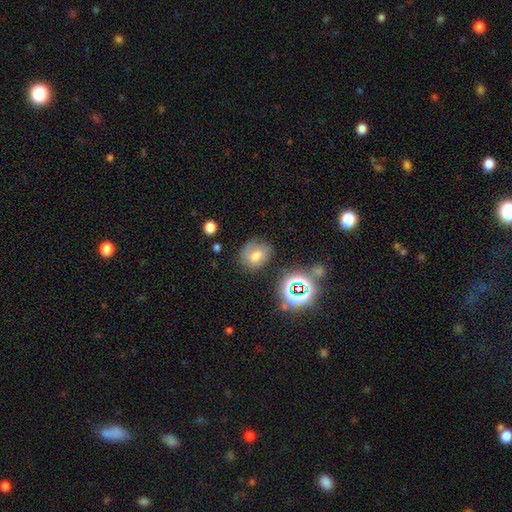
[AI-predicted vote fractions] Morphology: type=smooth (54%); roundness=in between (51%); merging=none (65%).